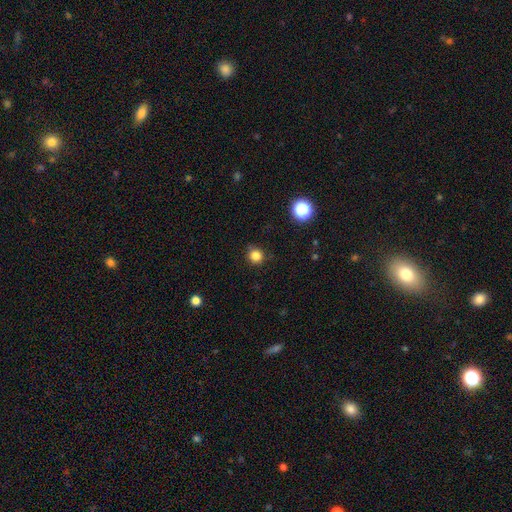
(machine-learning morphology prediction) Smooth or featured: smooth — 83% (star or artifact — 14%)
How rounded: round — 92% (in between — 8%)
Merging: none — 84% (minor disturbance — 11%)